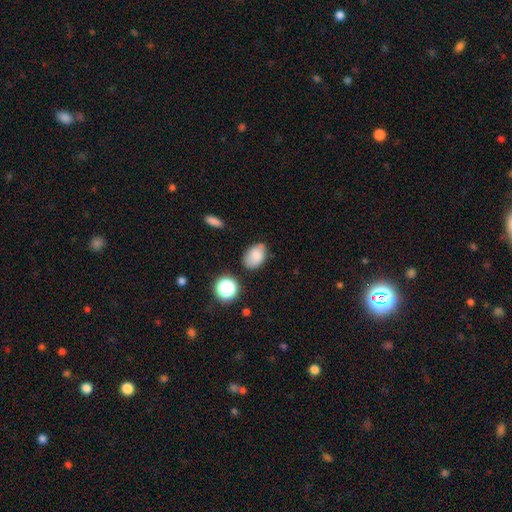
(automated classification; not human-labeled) This appears to be a smooth galaxy with no disk features (79%) that is in between round and cigar-shaped (81%). Merging: none (68%).